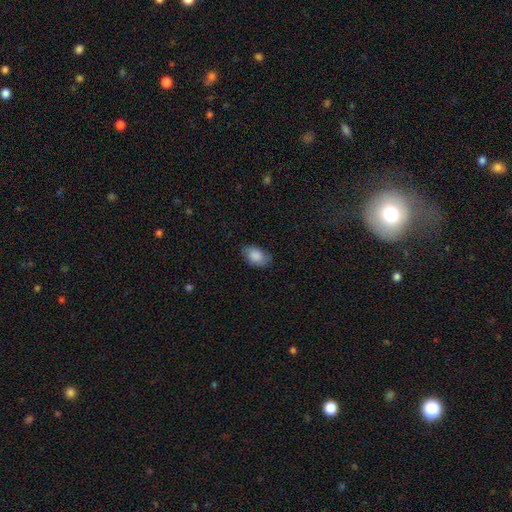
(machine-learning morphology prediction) smooth-or-featured: smooth: 87% | star or artifact: 7% | featured or disk: 6%
  how-rounded: in between: 87% | round: 12% | cigar-shaped: 1%
  merging: none: 76% | minor disturbance: 19% | major disturbance: 4% | merger: 1%